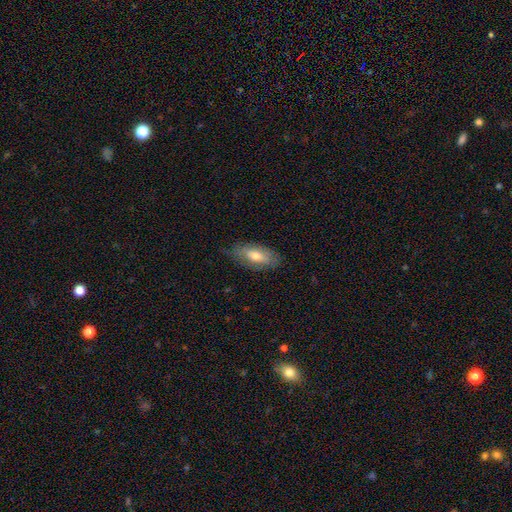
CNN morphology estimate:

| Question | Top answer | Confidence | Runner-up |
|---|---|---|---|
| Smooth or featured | smooth | 60% | featured or disk (34%) |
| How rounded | in between | 83% | cigar-shaped (14%) |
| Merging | none | 76% | minor disturbance (19%) |